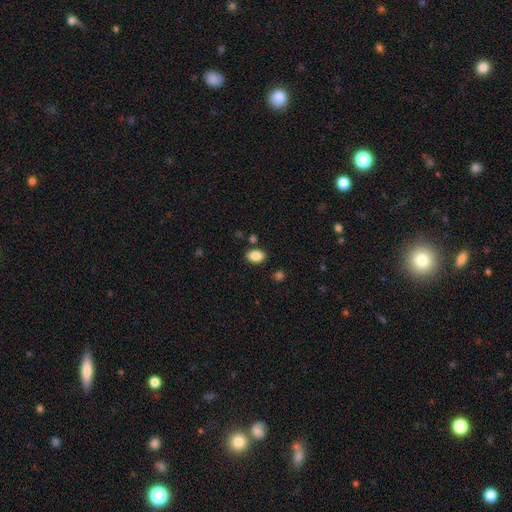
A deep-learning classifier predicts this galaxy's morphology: Smooth or featured? Predicted: smooth (p=0.87). How rounded? Predicted: in between (p=0.78). Merging? Predicted: none (p=0.83).